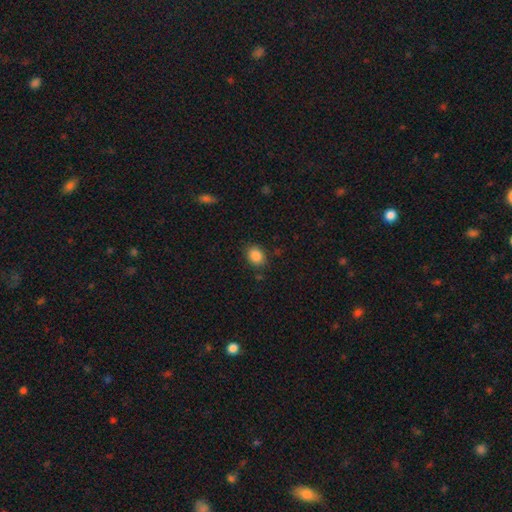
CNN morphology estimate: smooth_or_featured: smooth (p=0.87) [alt: star or artifact p=0.09]
how_rounded: in between (p=0.56) [alt: round p=0.43]
merging: none (p=0.84) [alt: minor disturbance p=0.11]